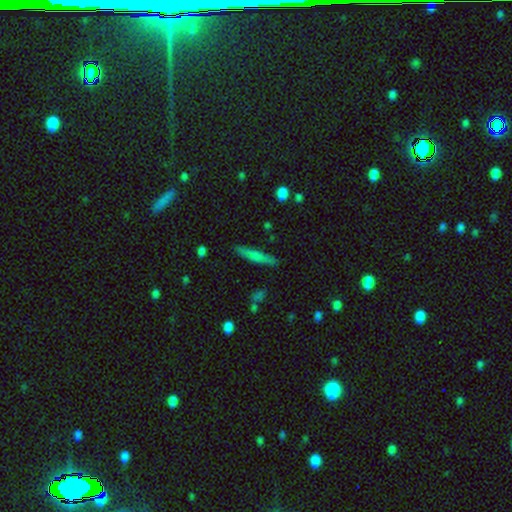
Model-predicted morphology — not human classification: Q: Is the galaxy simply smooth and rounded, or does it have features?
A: smooth — 67%.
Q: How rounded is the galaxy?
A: cigar-shaped — 90%.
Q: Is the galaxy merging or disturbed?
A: none — 86%.